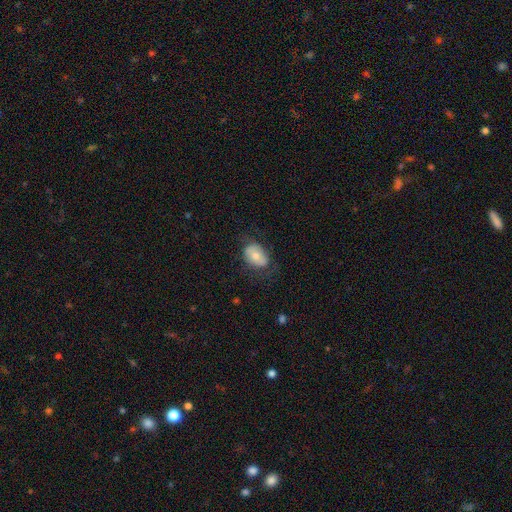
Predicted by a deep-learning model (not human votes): Smooth or featured? smooth (67%)
How rounded? in between (81%)
Merging? none (65%)